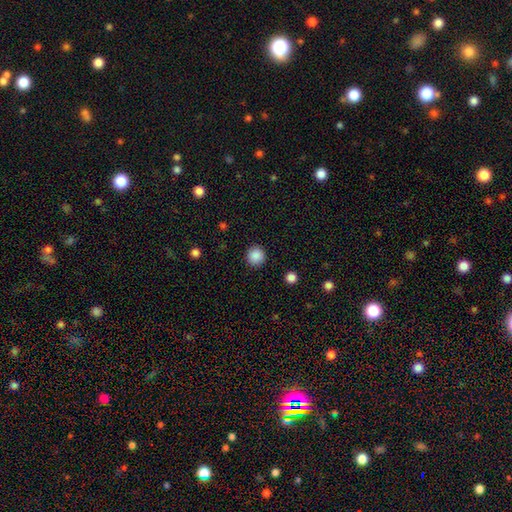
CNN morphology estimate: Q: Smooth or featured?
A: smooth (88%); runner-up: star or artifact (9%)
Q: How rounded?
A: round (94%); runner-up: in between (5%)
Q: Merging?
A: none (92%); runner-up: minor disturbance (5%)